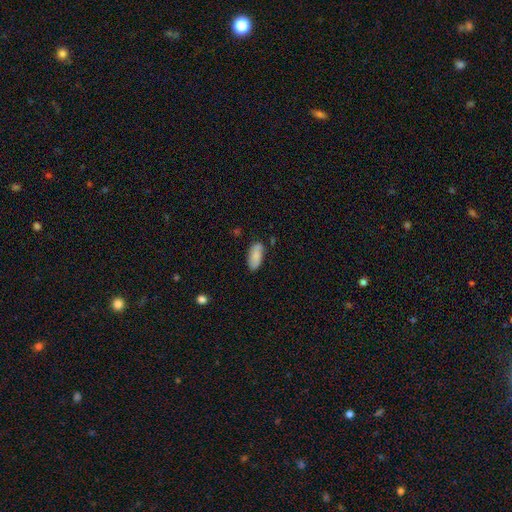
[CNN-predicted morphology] smooth_or_featured: smooth (p=0.80) [alt: featured or disk p=0.13]
how_rounded: in between (p=0.89) [alt: cigar-shaped p=0.09]
merging: none (p=0.77) [alt: minor disturbance p=0.17]